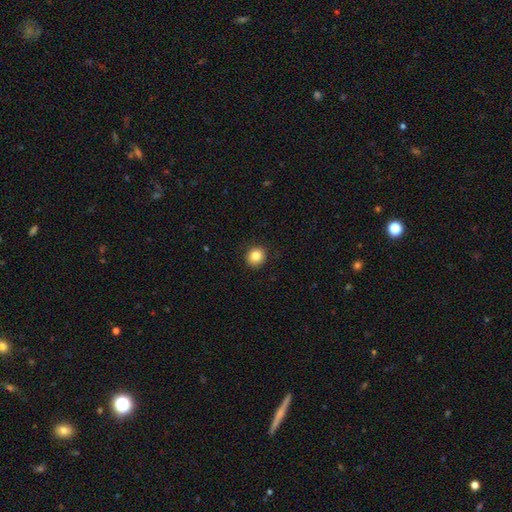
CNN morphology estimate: This is clearly a smooth galaxy (84%). How rounded: clearly round (88%). Merging: clearly none (90%).